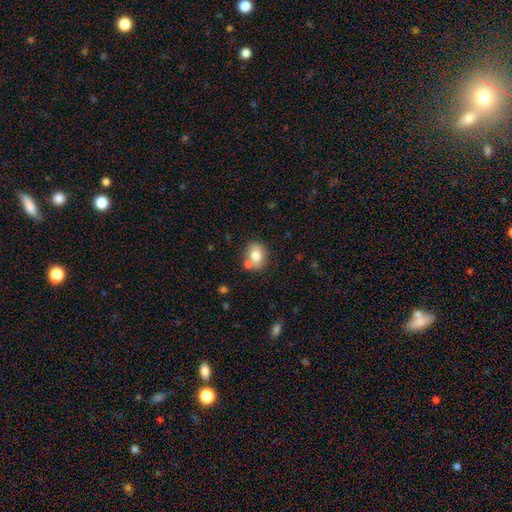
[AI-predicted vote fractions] Morphology: type=smooth (78%); roundness=round (53%); merging=none (63%).